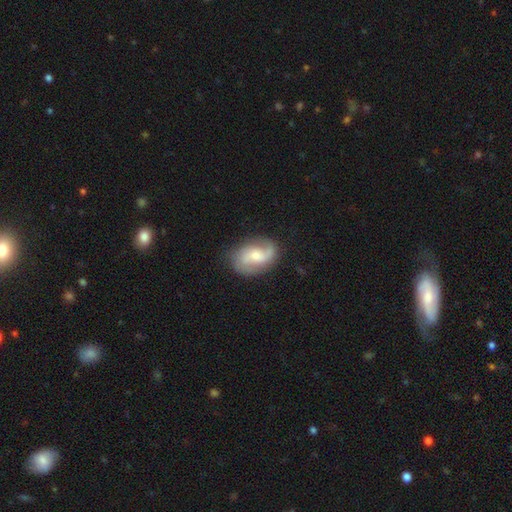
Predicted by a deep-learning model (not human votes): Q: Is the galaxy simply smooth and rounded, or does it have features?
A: featured or disk — 68%.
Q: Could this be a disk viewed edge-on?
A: no — 97%.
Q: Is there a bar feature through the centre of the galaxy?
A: no — 46%.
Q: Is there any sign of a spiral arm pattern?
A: yes — 91%.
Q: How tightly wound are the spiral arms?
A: loose — 42%.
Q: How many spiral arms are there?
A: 2 — 83%.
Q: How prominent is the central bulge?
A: moderate — 51%.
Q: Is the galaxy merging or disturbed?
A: none — 72%.